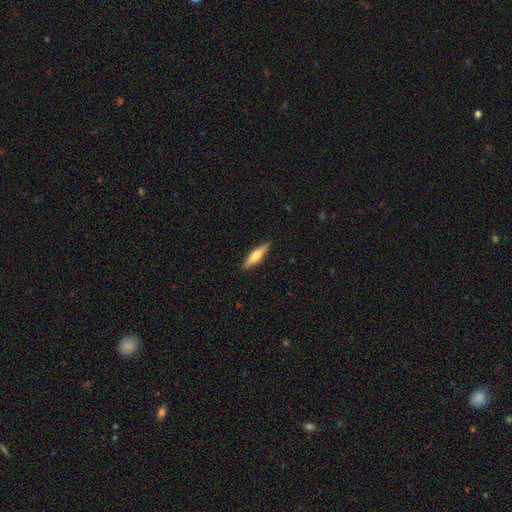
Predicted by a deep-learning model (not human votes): smooth 58%, featured or disk 36%, star or artifact 6%. Down the decision tree: how rounded — cigar-shaped (76%); merging — none (89%).